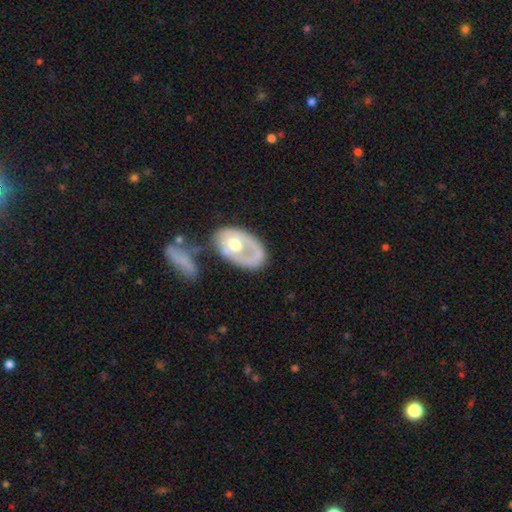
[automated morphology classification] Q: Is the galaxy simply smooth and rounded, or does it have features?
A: featured or disk — 61%.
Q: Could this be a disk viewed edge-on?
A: no — 94%.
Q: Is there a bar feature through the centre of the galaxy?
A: no — 85%.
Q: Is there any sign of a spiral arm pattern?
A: no — 70%.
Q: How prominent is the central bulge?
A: moderate — 75%.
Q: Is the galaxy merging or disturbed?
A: none — 37%.